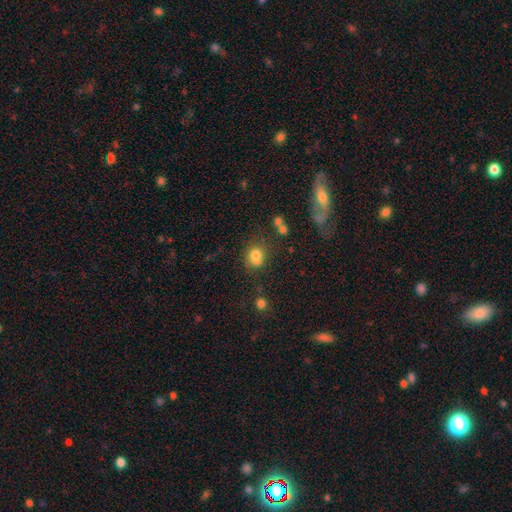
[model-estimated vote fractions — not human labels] Morphology: type=smooth (80%); roundness=round (63%); merging=none (59%).